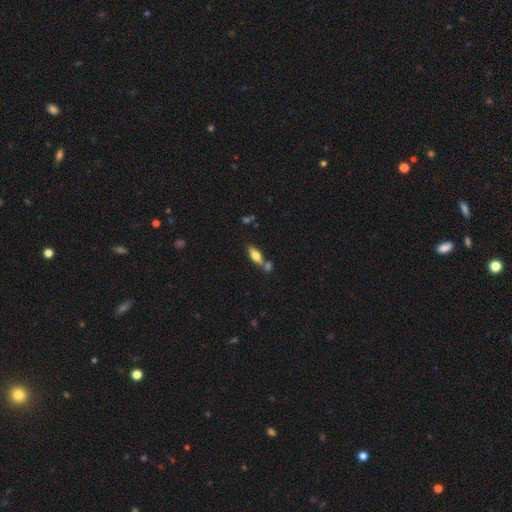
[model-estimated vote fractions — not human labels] Q: Smooth or featured?
A: smooth (65%); runner-up: featured or disk (28%)
Q: How rounded?
A: in between (72%); runner-up: cigar-shaped (25%)
Q: Merging?
A: none (61%); runner-up: merger (23%)